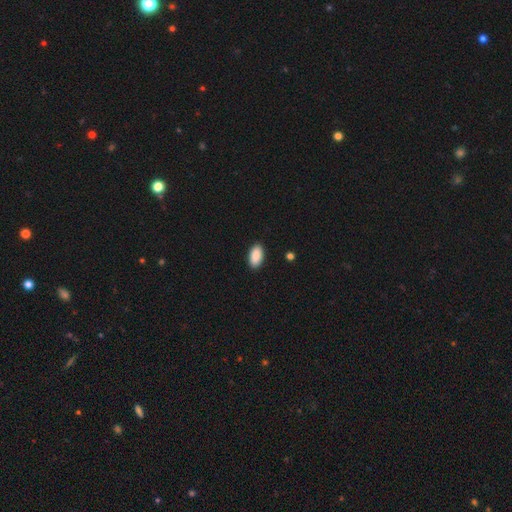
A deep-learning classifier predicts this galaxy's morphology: Smooth or featured? smooth (91%)
How rounded? in between (95%)
Merging? none (90%)